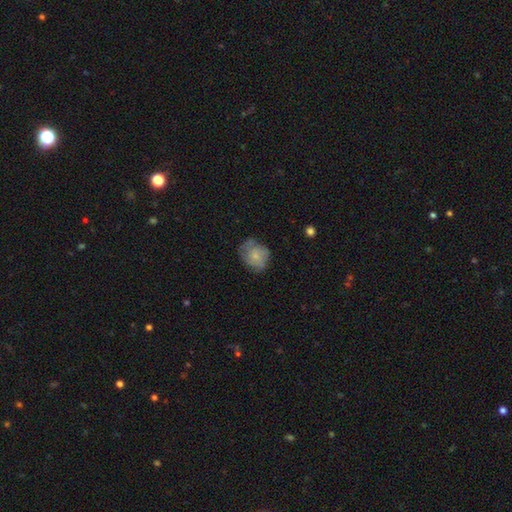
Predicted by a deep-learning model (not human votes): smooth_or_featured: smooth (p=0.64) [alt: featured or disk p=0.28]
how_rounded: round (p=0.64) [alt: in between p=0.35]
merging: none (p=0.56) [alt: minor disturbance p=0.30]